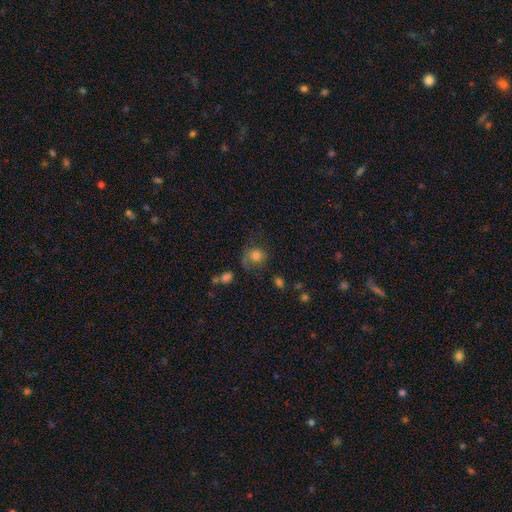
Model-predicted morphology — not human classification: Smooth or featured? Predicted: smooth (p=0.70). How rounded? Predicted: round (p=0.76). Merging? Predicted: none (p=0.48).